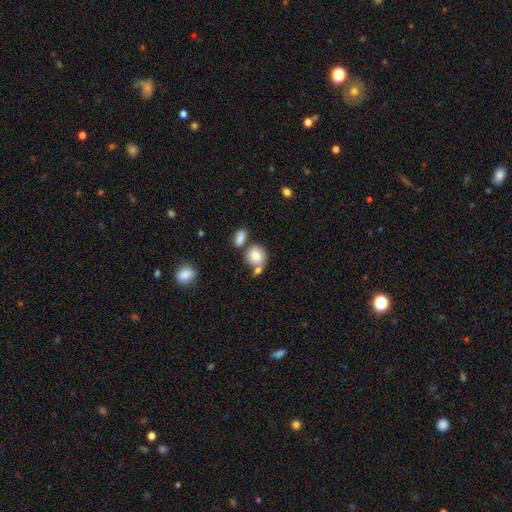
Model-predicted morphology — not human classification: type=smooth (80%); roundness=round (76%); merging=none (52%).